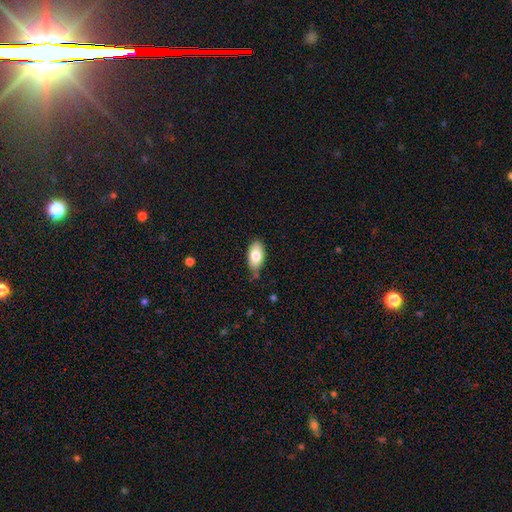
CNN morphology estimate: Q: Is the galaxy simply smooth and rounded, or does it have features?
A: smooth — 81%.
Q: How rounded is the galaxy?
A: in between — 93%.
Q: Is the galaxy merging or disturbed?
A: none — 78%.